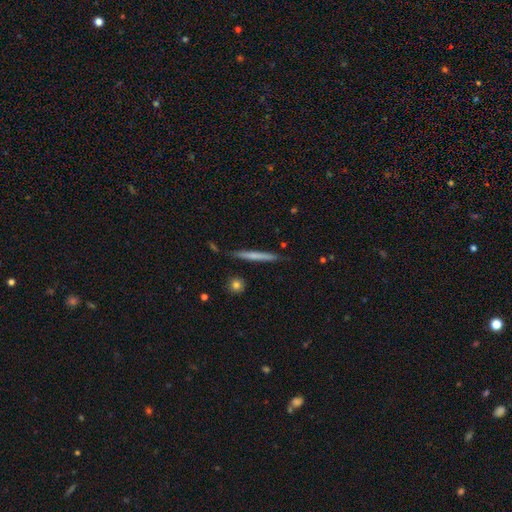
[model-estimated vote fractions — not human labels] smooth-or-featured: smooth: 56% | featured or disk: 39% | star or artifact: 5%
  how-rounded: cigar-shaped: 96% | in between: 2% | round: 2%
  merging: none: 87% | minor disturbance: 10% | merger: 2% | major disturbance: 2%